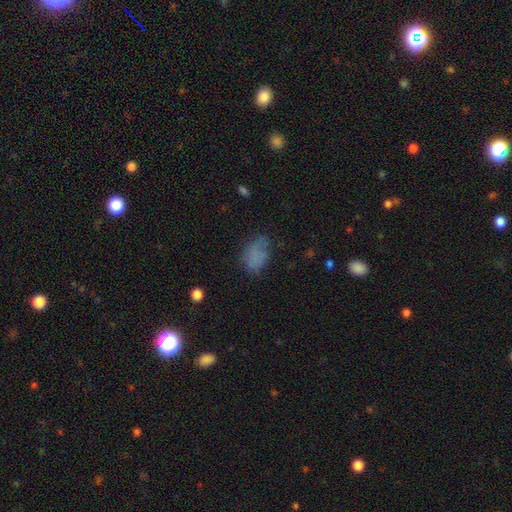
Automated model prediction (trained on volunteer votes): Q: Smooth or featured?
A: smooth (69%); runner-up: featured or disk (16%)
Q: How rounded?
A: in between (85%); runner-up: round (14%)
Q: Merging?
A: none (46%); runner-up: minor disturbance (31%)